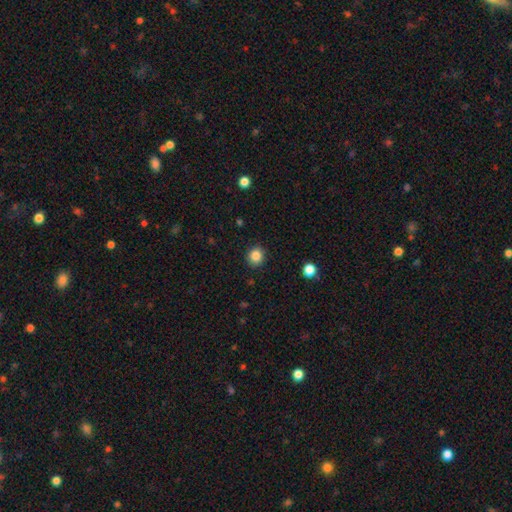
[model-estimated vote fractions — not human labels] Q: Smooth or featured?
A: smooth (85%); runner-up: star or artifact (10%)
Q: How rounded?
A: round (82%); runner-up: in between (18%)
Q: Merging?
A: none (90%); runner-up: minor disturbance (7%)